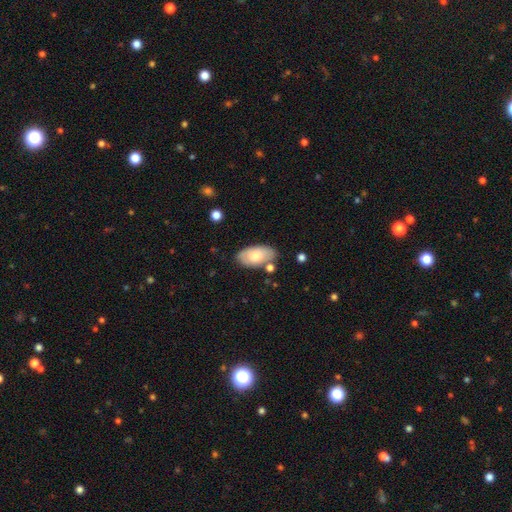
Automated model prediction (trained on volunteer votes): Q: Smooth or featured?
A: smooth (71%); runner-up: featured or disk (23%)
Q: How rounded?
A: in between (95%); runner-up: round (3%)
Q: Merging?
A: none (73%); runner-up: minor disturbance (17%)